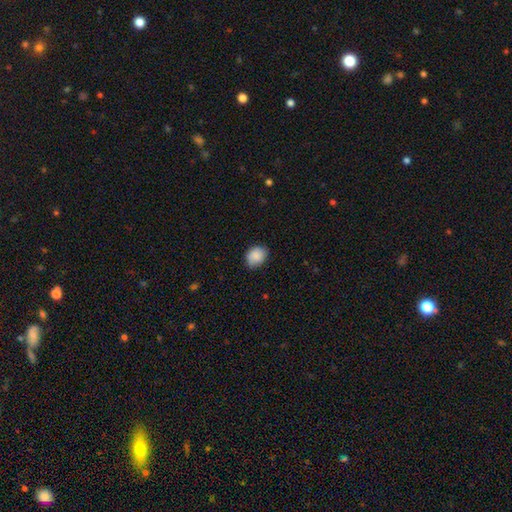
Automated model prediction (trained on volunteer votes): Smooth or featured: smooth — 86% (star or artifact — 8%)
How rounded: in between — 52% (round — 48%)
Merging: none — 74% (minor disturbance — 21%)